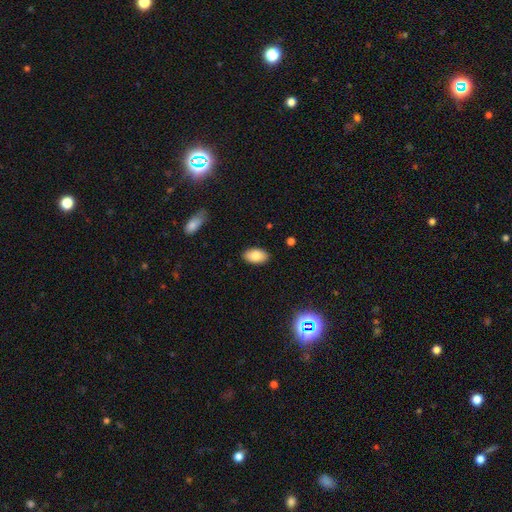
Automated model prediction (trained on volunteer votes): This is clearly a smooth galaxy (83%). How rounded: clearly in between (94%). Merging: clearly none (88%).